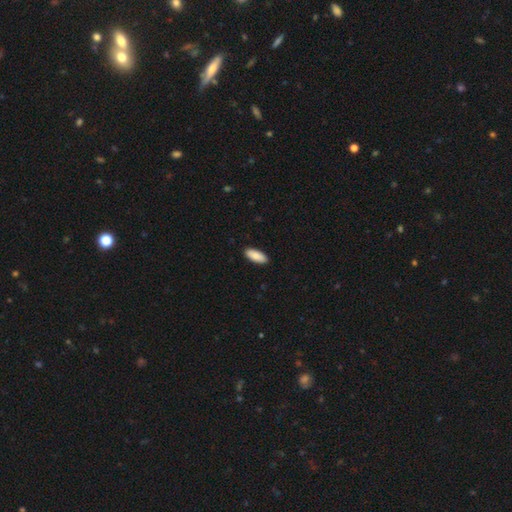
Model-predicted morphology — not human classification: Smooth or featured: smooth — 88% (featured or disk — 6%)
How rounded: in between — 82% (cigar-shaped — 16%)
Merging: none — 90% (minor disturbance — 7%)